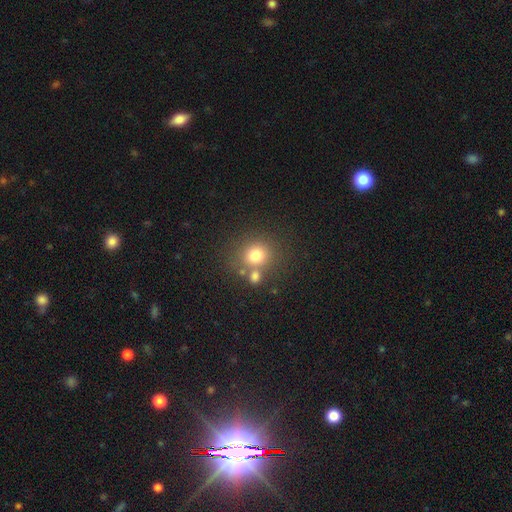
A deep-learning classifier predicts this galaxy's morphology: A smooth galaxy with no disk features (76%) that is round (82%). Merging: none (64%).